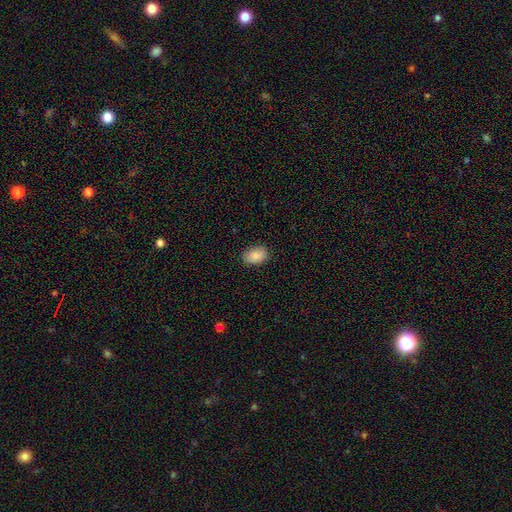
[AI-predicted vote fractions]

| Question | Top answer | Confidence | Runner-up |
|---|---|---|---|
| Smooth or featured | smooth | 88% | star or artifact (7%) |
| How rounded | in between | 87% | round (12%) |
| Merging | none | 86% | minor disturbance (11%) |